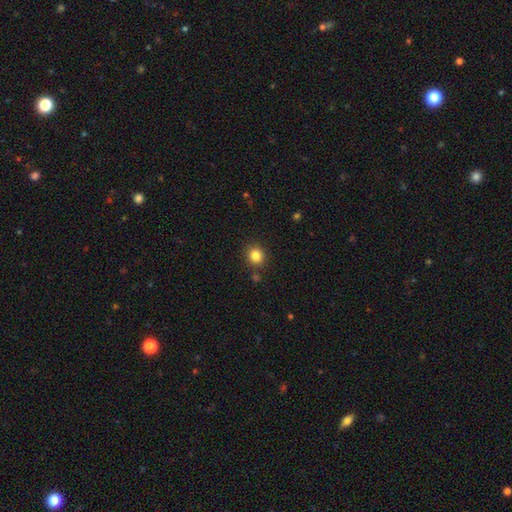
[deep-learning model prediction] This is clearly a smooth galaxy (83%). How rounded: clearly round (86%). Merging: clearly none (87%).